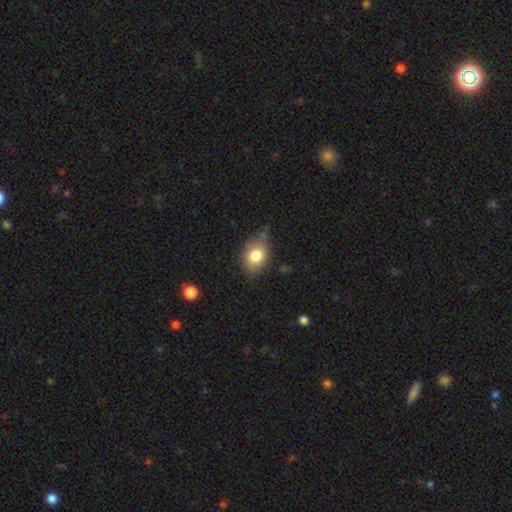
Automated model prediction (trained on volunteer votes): Morphology: type=smooth (81%); roundness=in between (75%); merging=none (66%).